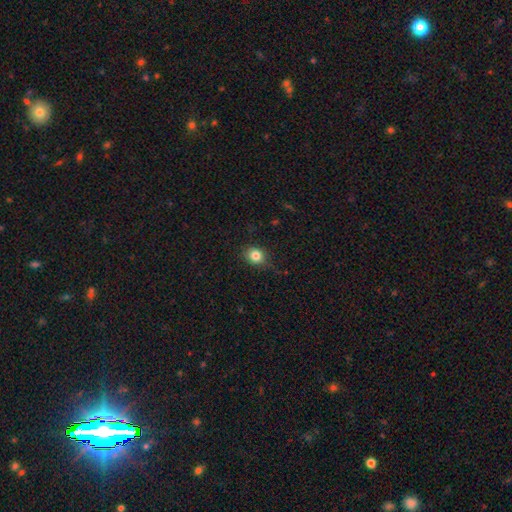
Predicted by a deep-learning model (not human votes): Smooth or featured? smooth (82%)
How rounded? round (72%)
Merging? none (77%)